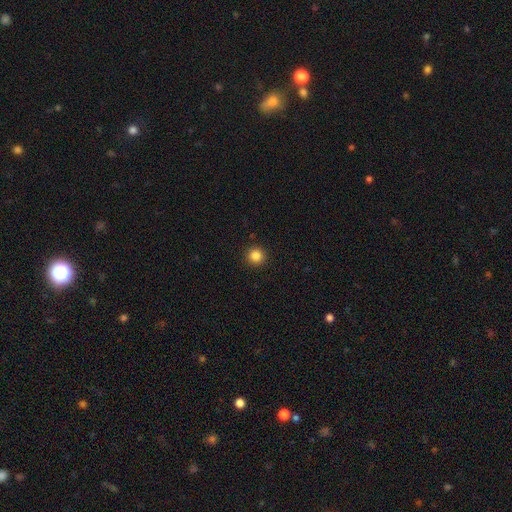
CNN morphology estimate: Smooth or featured? smooth (85%)
How rounded? round (95%)
Merging? none (93%)